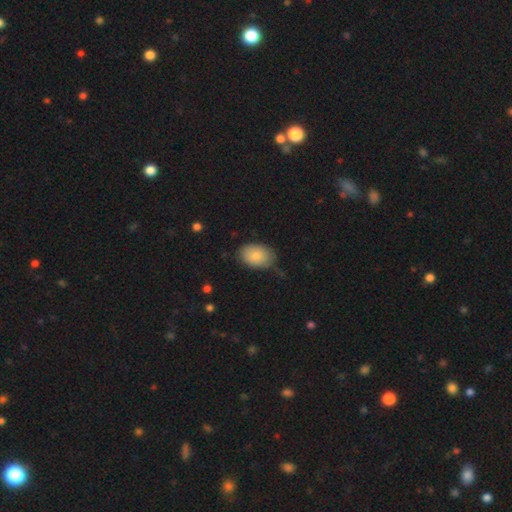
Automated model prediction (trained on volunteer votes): Smooth or featured? Predicted: smooth (p=0.84). How rounded? Predicted: in between (p=0.84). Merging? Predicted: none (p=0.71).